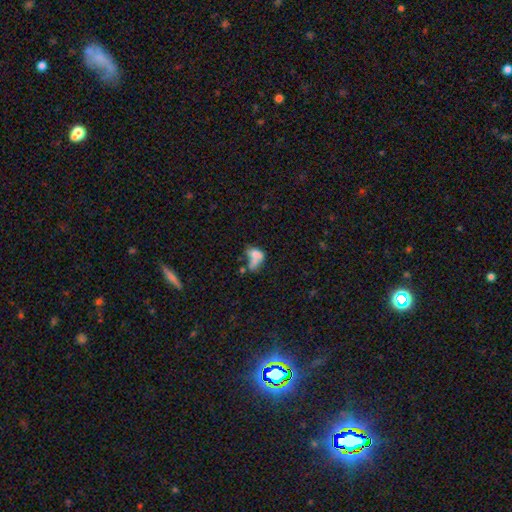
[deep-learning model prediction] A smooth galaxy with no disk features (61%) that is in between round and cigar-shaped (83%). Merging: merger (47%).